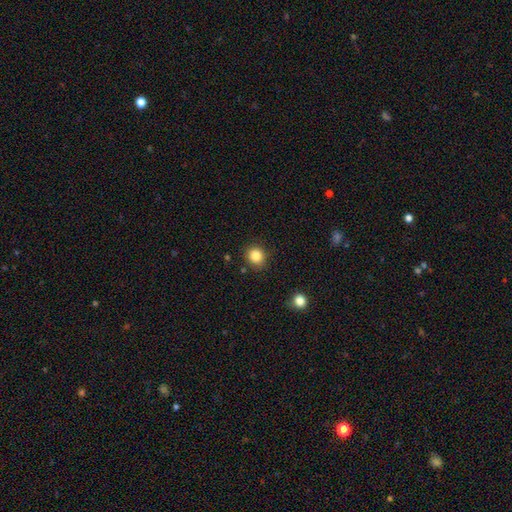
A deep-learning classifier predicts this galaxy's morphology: Smooth or featured? smooth (85%)
How rounded? round (84%)
Merging? none (87%)